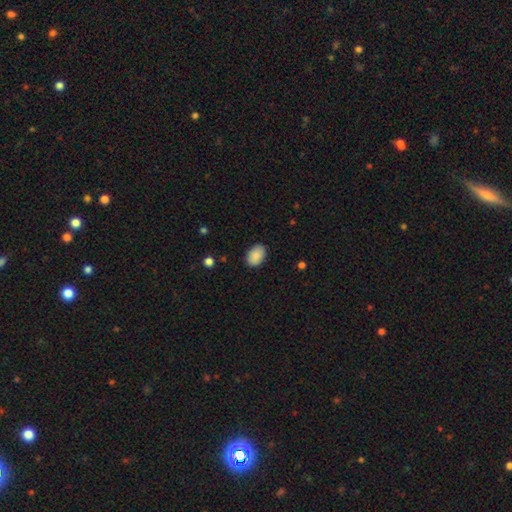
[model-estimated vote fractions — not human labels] The model was most divided on "how rounded": in between: 84%, round: 15%, cigar-shaped: 1%. More confident: smooth or featured — smooth (89%); merging — none (86%).